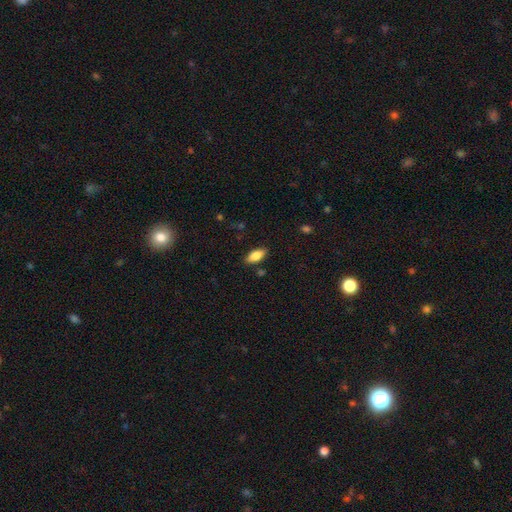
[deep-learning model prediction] smooth 85%, featured or disk 8%, star or artifact 7%. Down the decision tree: how rounded — in between (88%); merging — none (85%).